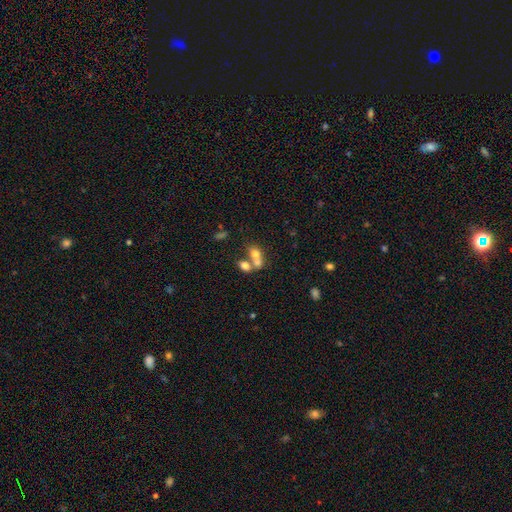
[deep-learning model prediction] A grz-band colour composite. It shows a smooth galaxy with no disk features (67%) that is in between round and cigar-shaped (63%). Merging: merger (65%).